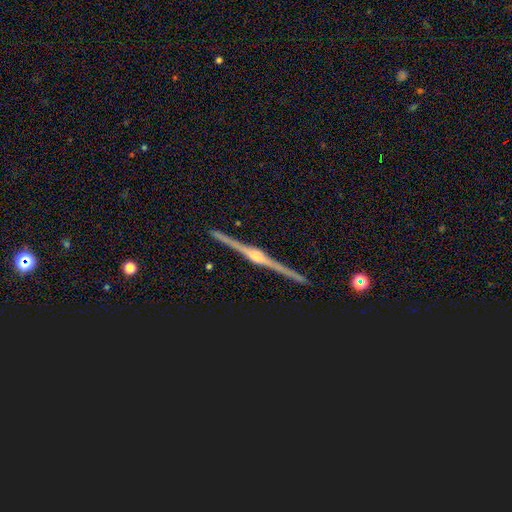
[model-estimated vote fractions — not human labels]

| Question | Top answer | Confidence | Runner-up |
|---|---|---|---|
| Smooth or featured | featured or disk | 88% | star or artifact (7%) |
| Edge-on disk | yes | 99% | no (1%) |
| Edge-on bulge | rounded | 81% | boxy (14%) |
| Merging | none | 93% | minor disturbance (5%) |